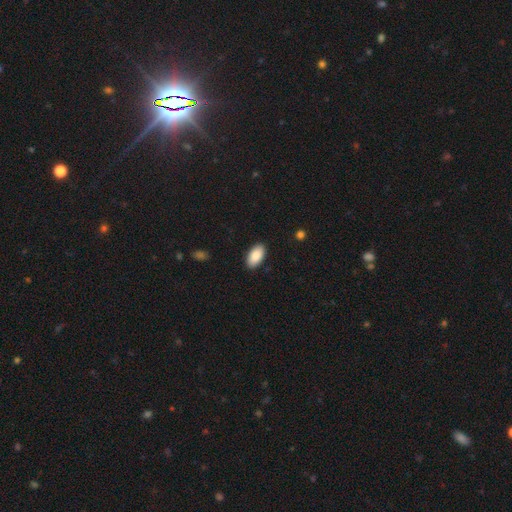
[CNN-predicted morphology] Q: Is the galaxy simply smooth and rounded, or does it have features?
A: smooth — 89%.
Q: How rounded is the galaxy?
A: in between — 95%.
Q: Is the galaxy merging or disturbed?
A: none — 89%.